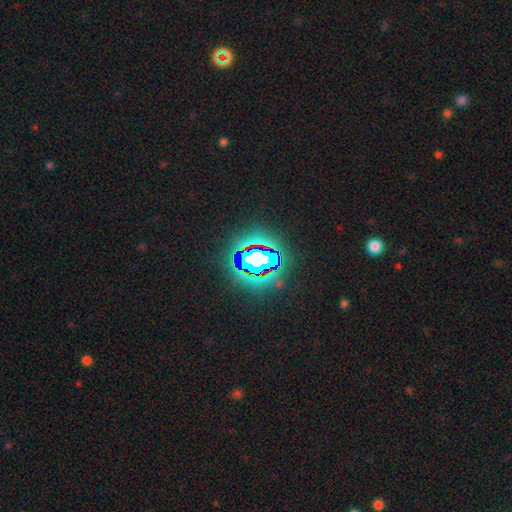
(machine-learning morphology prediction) Smooth or featured: star or artifact — 75% (smooth — 12%)